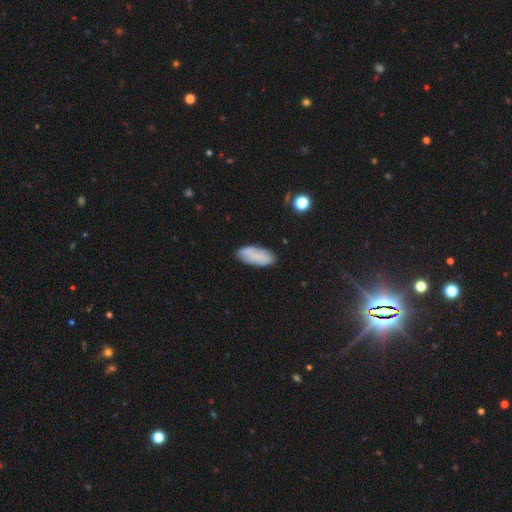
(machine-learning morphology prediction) This appears to be a smooth galaxy with no disk features (70%) that is in between round and cigar-shaped (85%). Merging: none (79%).